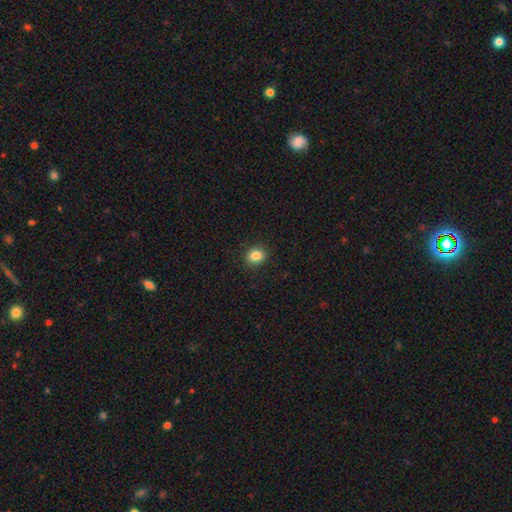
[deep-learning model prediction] Morphology: type=smooth (85%); roundness=round (63%); merging=none (91%).